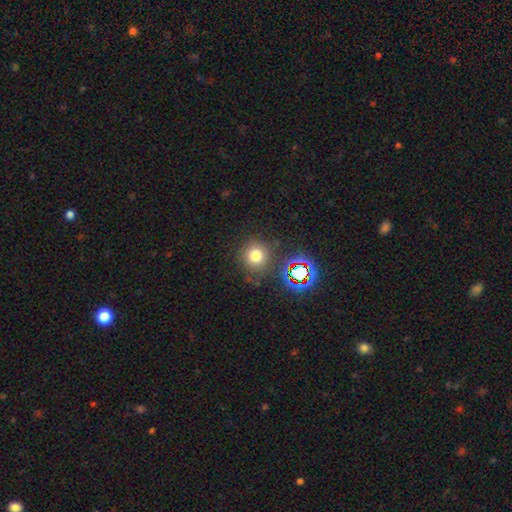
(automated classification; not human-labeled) smooth_or_featured: smooth (p=0.72) [alt: star or artifact p=0.20]
how_rounded: round (p=0.93) [alt: in between p=0.06]
merging: none (p=0.81) [alt: minor disturbance p=0.10]